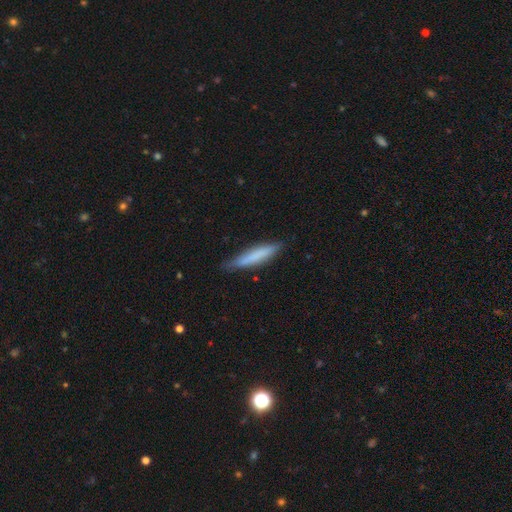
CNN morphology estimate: Q: Smooth or featured?
A: smooth (72%); runner-up: featured or disk (22%)
Q: How rounded?
A: cigar-shaped (90%); runner-up: in between (9%)
Q: Merging?
A: none (79%); runner-up: minor disturbance (17%)